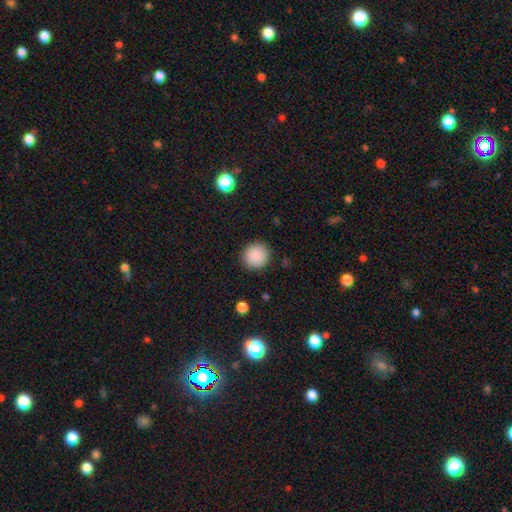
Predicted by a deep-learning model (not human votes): This is clearly a smooth galaxy (88%). How rounded: clearly round (93%). Merging: clearly none (90%).